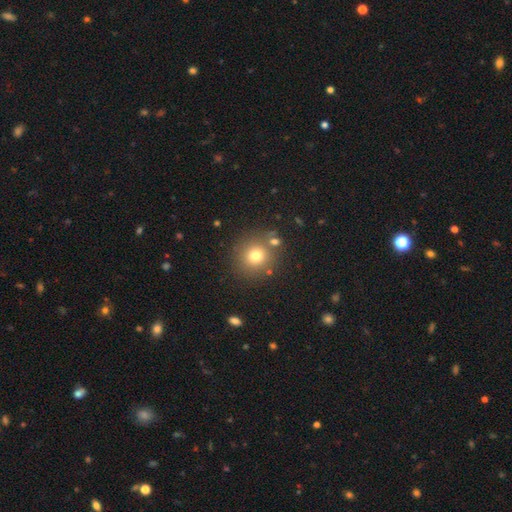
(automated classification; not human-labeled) Smooth or featured? smooth (74%)
How rounded? round (90%)
Merging? none (80%)